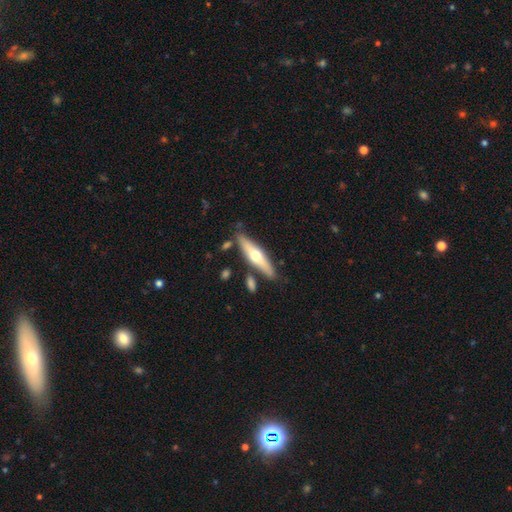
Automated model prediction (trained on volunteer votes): This is possibly a featured or disk galaxy (54%). It is clearly viewed edge-on (91%). Merging: clearly none (81%).